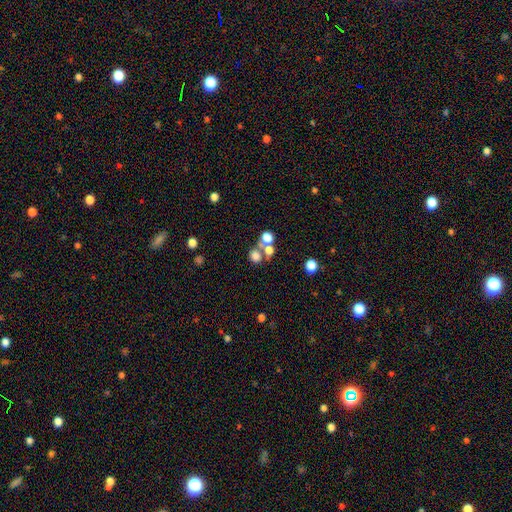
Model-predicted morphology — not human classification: Smooth or featured?
  - smooth: 70% *
  - star or artifact: 17%
  - featured or disk: 13%
How rounded?
  - round: 73% *
  - in between: 26%
  - cigar-shaped: 1%
Merging?
  - none: 43% *
  - merger: 42%
  - minor disturbance: 8%
  - major disturbance: 7%